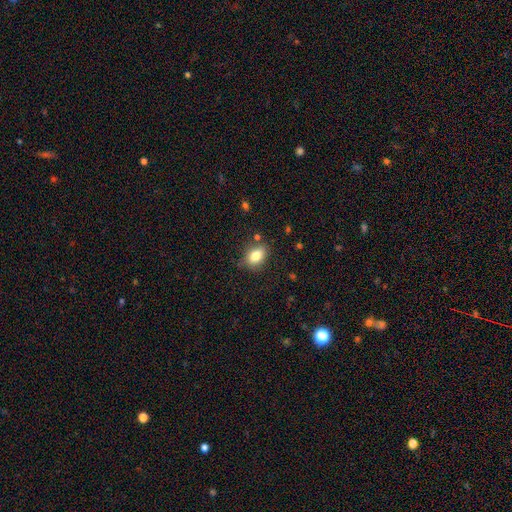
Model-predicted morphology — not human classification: This appears to be a smooth galaxy with no disk features (82%) that is in between round and cigar-shaped (80%). Merging: none (77%).